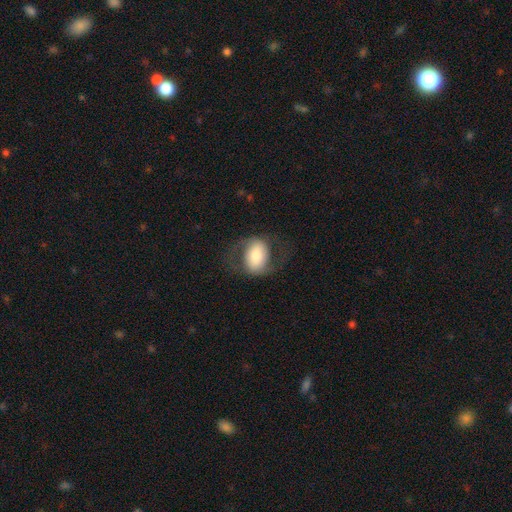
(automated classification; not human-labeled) This is possibly a smooth galaxy (48%). Merging: likely none (66%).